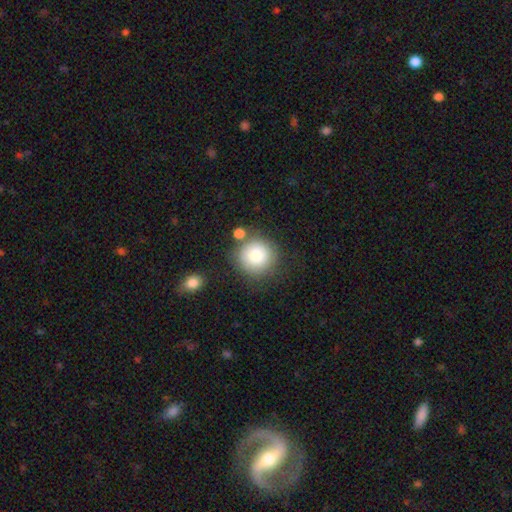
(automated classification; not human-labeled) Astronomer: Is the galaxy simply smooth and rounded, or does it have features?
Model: smooth — 80%.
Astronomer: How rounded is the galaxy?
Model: round — 94%.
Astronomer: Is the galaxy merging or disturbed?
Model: none — 73%.